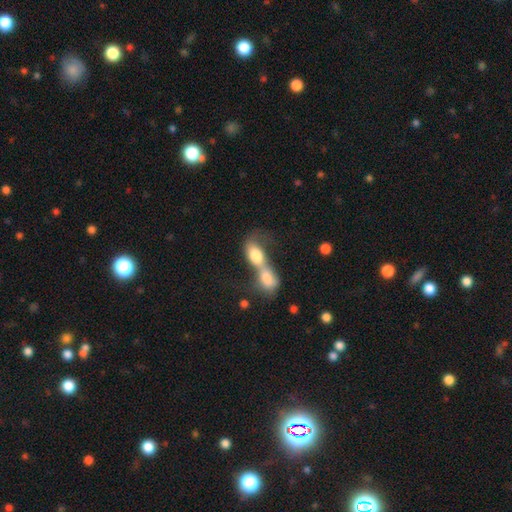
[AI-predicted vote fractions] A smooth galaxy with no disk features (71%) that is in between round and cigar-shaped (79%). Merging: merger (83%).